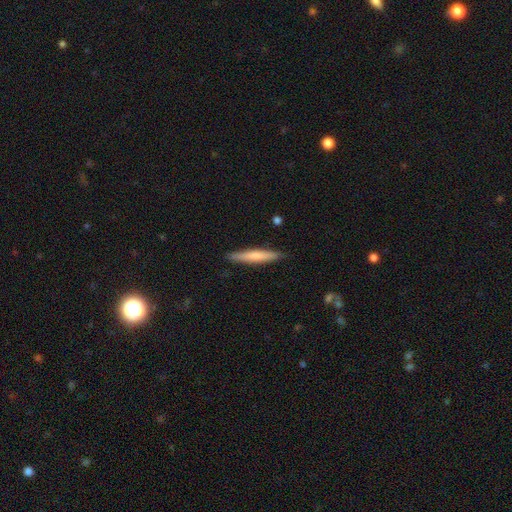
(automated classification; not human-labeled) Morphology: type=smooth (65%); roundness=cigar-shaped (94%); merging=none (89%).